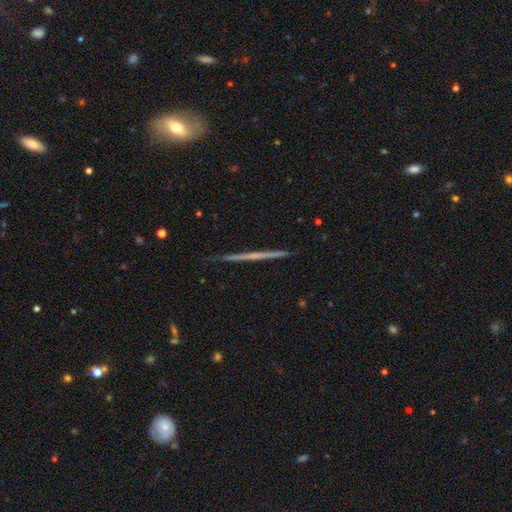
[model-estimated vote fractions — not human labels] Q: Smooth or featured?
A: featured or disk (66%); runner-up: smooth (28%)
Q: Edge-on disk?
A: yes (98%); runner-up: no (2%)
Q: Edge-on bulge?
A: none (80%); runner-up: rounded (16%)
Q: Merging?
A: none (90%); runner-up: minor disturbance (7%)